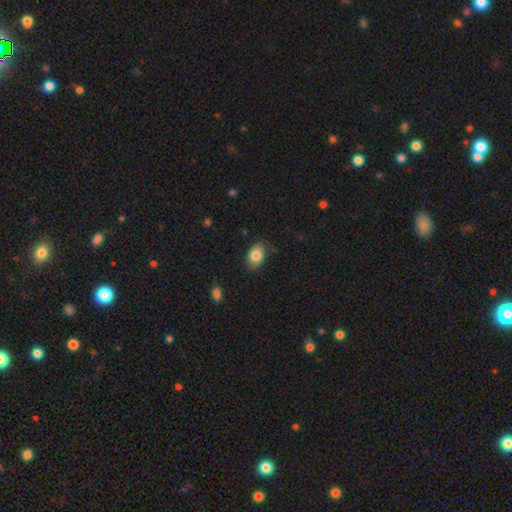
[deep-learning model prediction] This is clearly a smooth galaxy (84%). How rounded: clearly in between (85%). Merging: clearly none (83%).